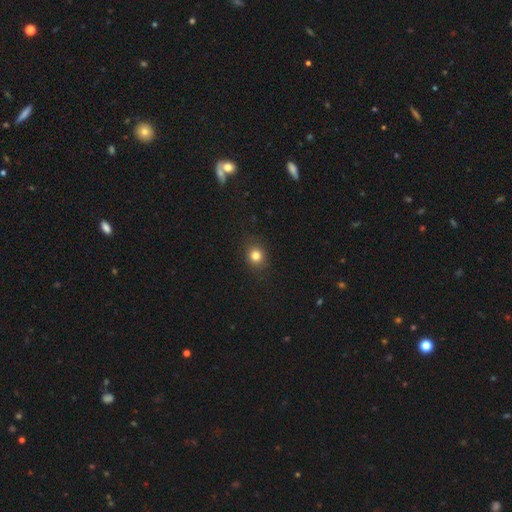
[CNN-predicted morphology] The model was most divided on "how rounded": round: 77%, in between: 22%, cigar-shaped: 1%. More confident: merging — none (88%); smooth or featured — smooth (81%).